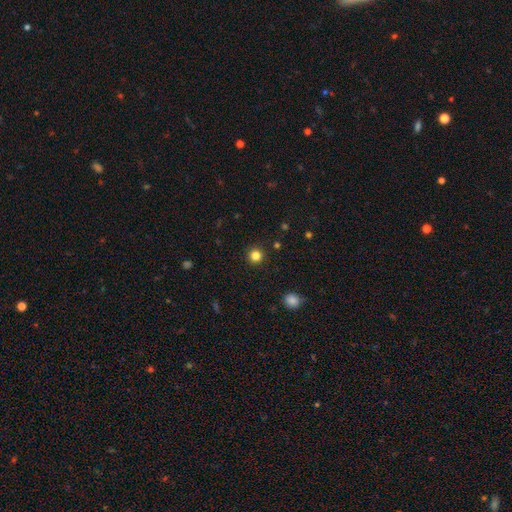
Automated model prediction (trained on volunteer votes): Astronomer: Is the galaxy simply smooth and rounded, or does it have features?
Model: smooth — 82%.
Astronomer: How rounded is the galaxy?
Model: round — 95%.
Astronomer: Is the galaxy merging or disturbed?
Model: none — 92%.